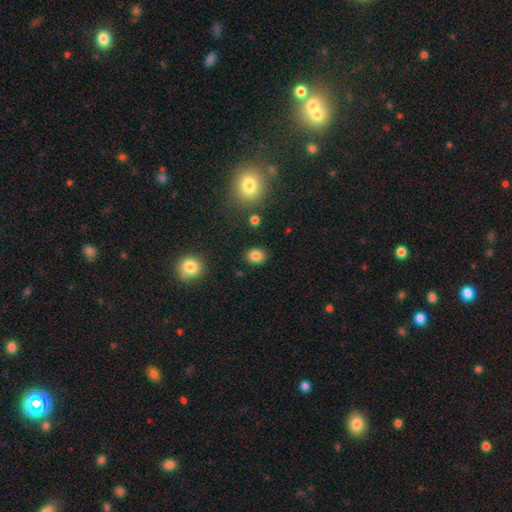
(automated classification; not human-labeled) Smooth or featured: smooth — 83% (star or artifact — 11%)
How rounded: round — 57% (in between — 42%)
Merging: none — 87% (minor disturbance — 8%)